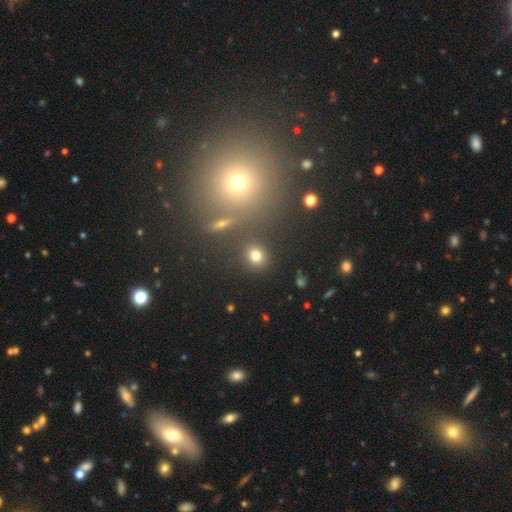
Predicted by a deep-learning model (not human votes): smooth_or_featured: smooth (p=0.77) [alt: star or artifact p=0.16]
how_rounded: round (p=0.80) [alt: in between p=0.19]
merging: none (p=0.84) [alt: minor disturbance p=0.08]